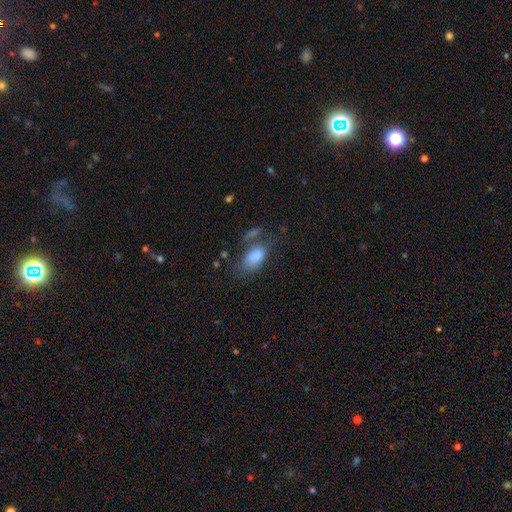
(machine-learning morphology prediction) Smooth or featured: smooth — 77% (featured or disk — 13%)
How rounded: in between — 88% (round — 7%)
Merging: none — 48% (minor disturbance — 23%)